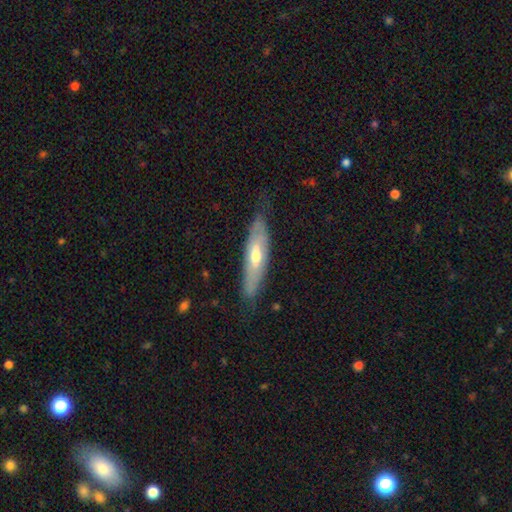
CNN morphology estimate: type=featured or disk (55%); edge-on=yes (55%); merging=none (73%).